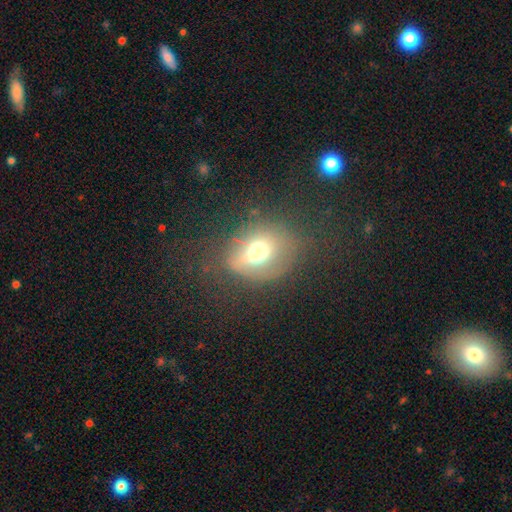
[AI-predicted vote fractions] smooth-or-featured: smooth: 55% | featured or disk: 28% | star or artifact: 17%
  how-rounded: round: 55% | in between: 43% | cigar-shaped: 2%
  merging: none: 47% | major disturbance: 23% | minor disturbance: 22% | merger: 8%